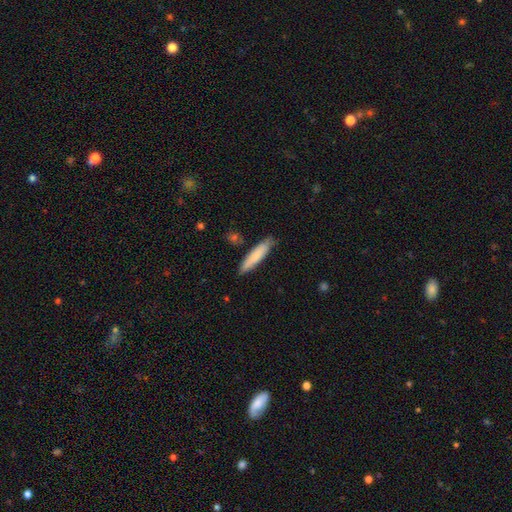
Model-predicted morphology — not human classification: Q: Smooth or featured?
A: smooth (79%); runner-up: featured or disk (15%)
Q: How rounded?
A: cigar-shaped (84%); runner-up: in between (15%)
Q: Merging?
A: none (82%); runner-up: minor disturbance (14%)